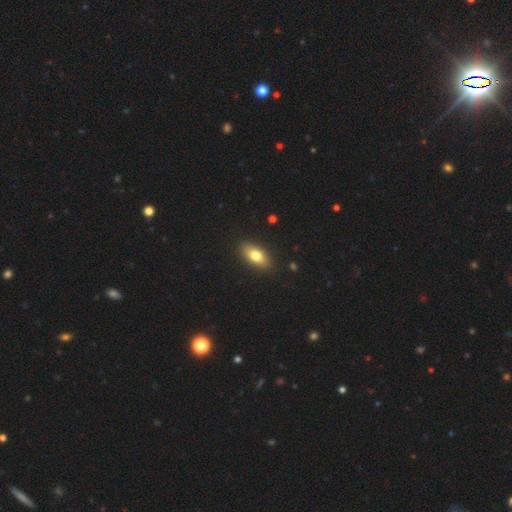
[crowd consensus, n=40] Volunteers were most divided on "smooth or featured": smooth: 72%, featured or disk: 22%, star or artifact: 5%. More confident: merging — none (92%); how rounded — in between (76%).